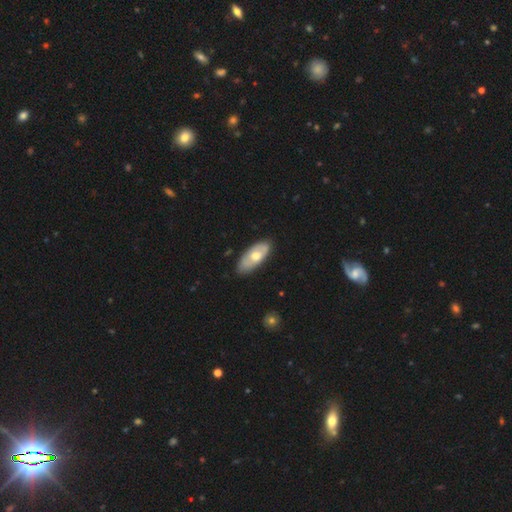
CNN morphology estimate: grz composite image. It shows a smooth galaxy with no disk features (49%). Merging: none (78%).